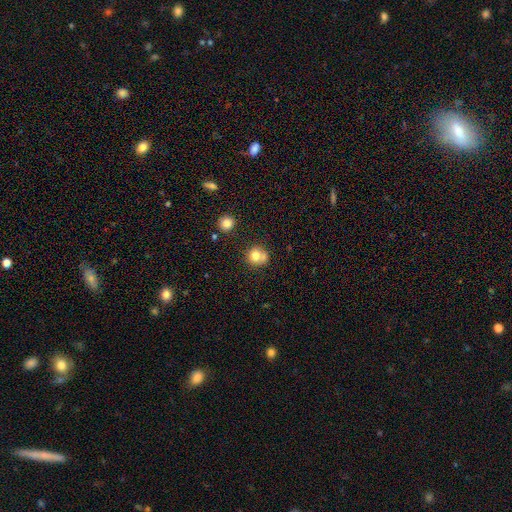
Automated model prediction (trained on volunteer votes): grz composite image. It shows a smooth galaxy with no disk features (74%) that is round (84%). Merging: none (50%).